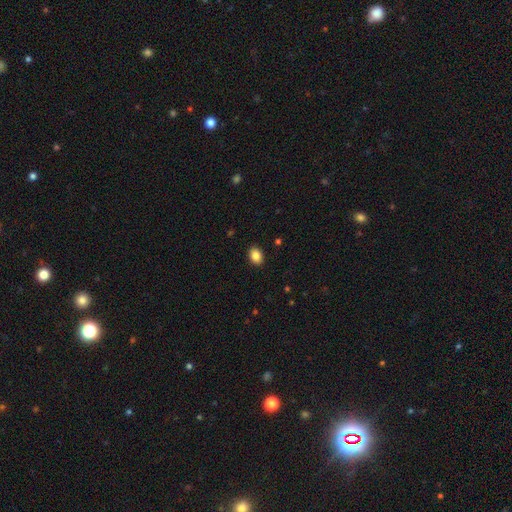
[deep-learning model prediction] Q: Smooth or featured?
A: smooth (87%); runner-up: star or artifact (8%)
Q: How rounded?
A: in between (75%); runner-up: round (24%)
Q: Merging?
A: none (90%); runner-up: minor disturbance (7%)